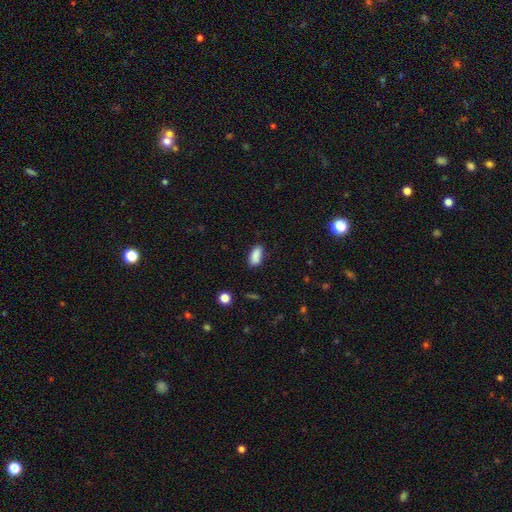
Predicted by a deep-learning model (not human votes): The model was most divided on "merging": none: 77%, minor disturbance: 17%, major disturbance: 3%, merger: 3%. More confident: how rounded — in between (88%); smooth or featured — smooth (87%).